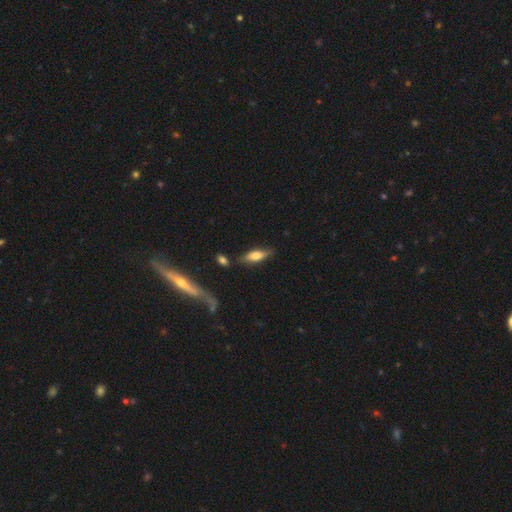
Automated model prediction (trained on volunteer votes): Morphology: type=smooth (60%); roundness=in between (56%); merging=none (71%).